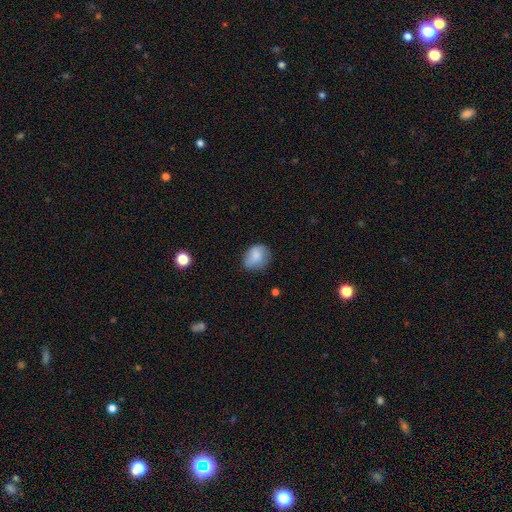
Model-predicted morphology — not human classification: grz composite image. It shows a smooth galaxy with no disk features (76%) that is round (52%). Merging: none (54%).